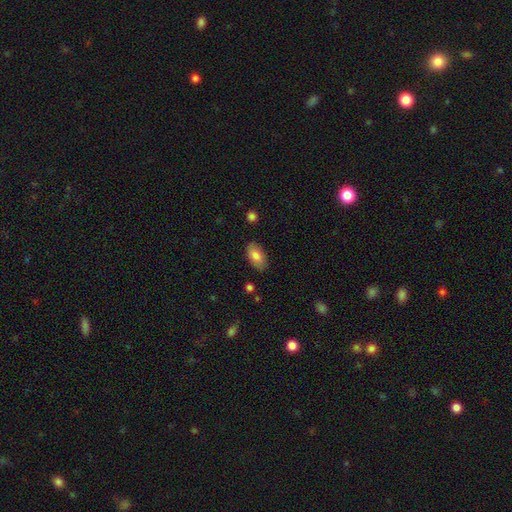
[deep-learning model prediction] smooth 82%, featured or disk 11%, star or artifact 7%. Down the decision tree: how rounded — in between (93%); merging — none (84%).